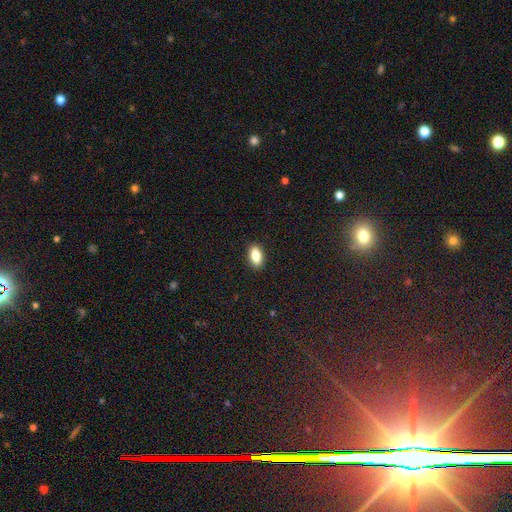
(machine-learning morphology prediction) smooth-or-featured: smooth: 85% | star or artifact: 8% | featured or disk: 7%
  how-rounded: in between: 91% | cigar-shaped: 5% | round: 5%
  merging: none: 90% | minor disturbance: 8% | major disturbance: 2% | merger: 1%